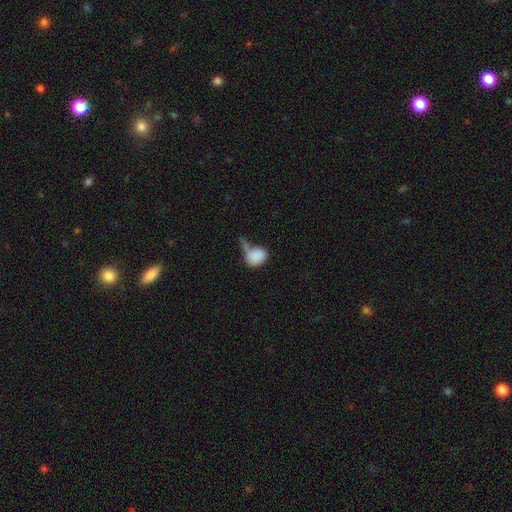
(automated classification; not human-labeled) A smooth galaxy with no disk features (83%) that is in between round and cigar-shaped (56%).

Vote fractions:
- Smooth or featured? smooth: 83% / featured or disk: 9% / star or artifact: 8%
- How rounded? in between: 56% / round: 43% / cigar-shaped: 1%
- Merging? major disturbance: 28% / minor disturbance: 26% / none: 25% / merger: 21%